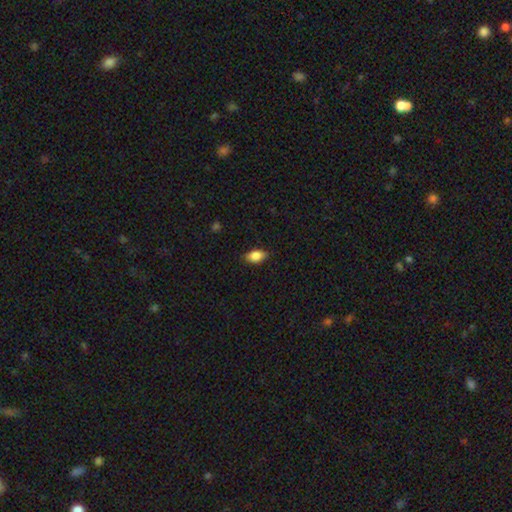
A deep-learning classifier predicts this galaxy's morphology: smooth_or_featured: smooth (p=0.85) [alt: featured or disk p=0.08]
how_rounded: in between (p=0.89) [alt: round p=0.07]
merging: none (p=0.85) [alt: minor disturbance p=0.12]